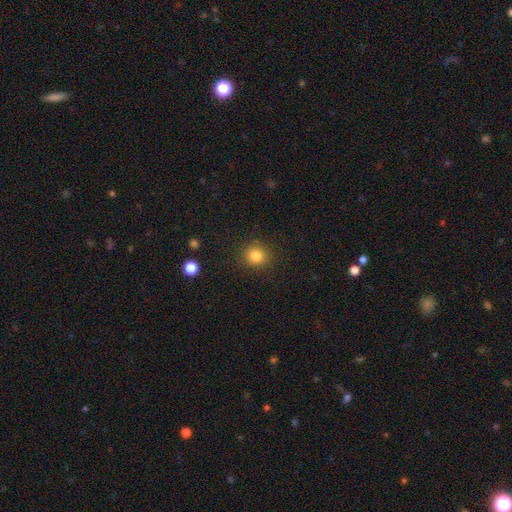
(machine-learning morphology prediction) smooth-or-featured: smooth: 83% | star or artifact: 12% | featured or disk: 5%
  how-rounded: round: 91% | in between: 8% | cigar-shaped: 1%
  merging: none: 89% | minor disturbance: 7% | major disturbance: 3% | merger: 1%